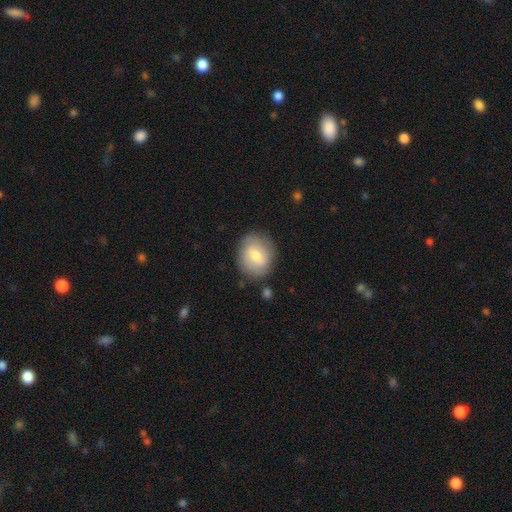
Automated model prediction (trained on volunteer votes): Morphology: type=smooth (63%); roundness=round (58%); merging=none (80%).